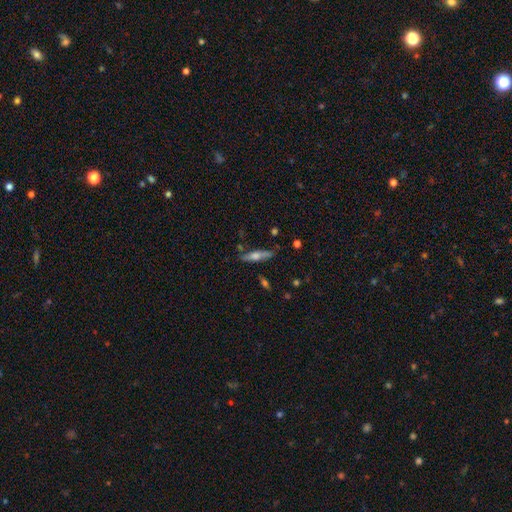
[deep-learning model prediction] Q: Smooth or featured?
A: featured or disk (49%); runner-up: smooth (44%)
Q: Merging?
A: none (79%); runner-up: minor disturbance (14%)